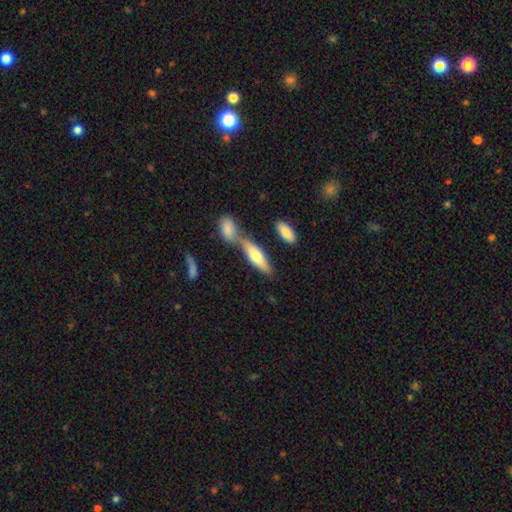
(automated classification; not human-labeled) Morphology: type=smooth (66%); roundness=in between (51%); merging=none (47%).